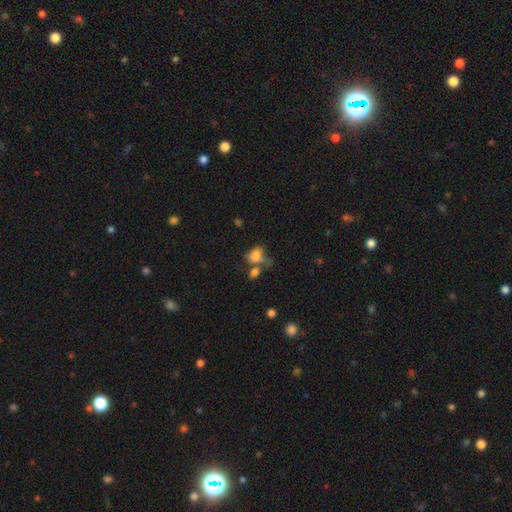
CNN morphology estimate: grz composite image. It shows a smooth galaxy with no disk features (76%) that is in between round and cigar-shaped (72%). Merging: merger (34%).